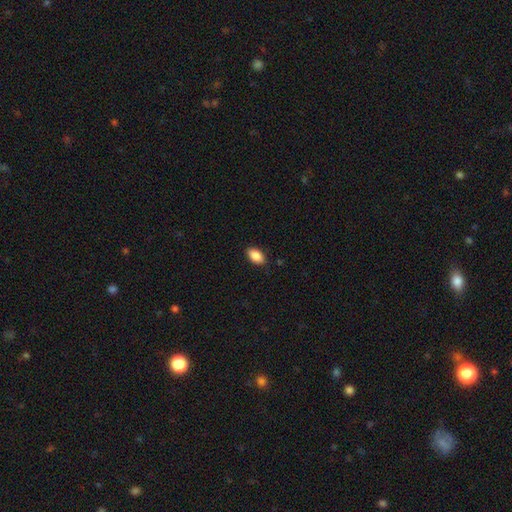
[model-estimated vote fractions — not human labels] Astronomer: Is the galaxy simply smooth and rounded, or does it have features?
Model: smooth — 88%.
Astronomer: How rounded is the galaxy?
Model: in between — 93%.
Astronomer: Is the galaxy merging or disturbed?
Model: none — 88%.